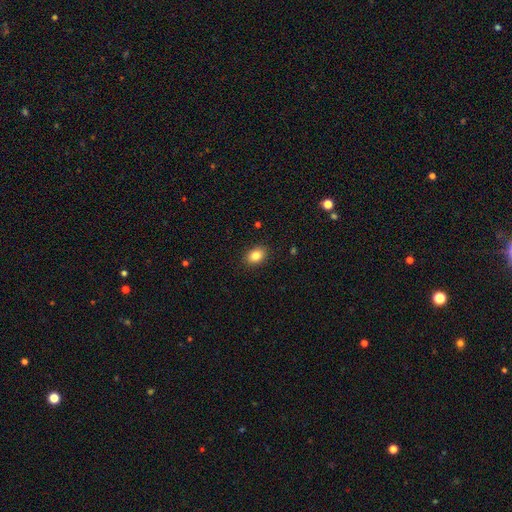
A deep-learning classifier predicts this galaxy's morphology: The model was most divided on "how rounded": in between: 73%, round: 26%, cigar-shaped: 1%. More confident: merging — none (89%); smooth or featured — smooth (84%).